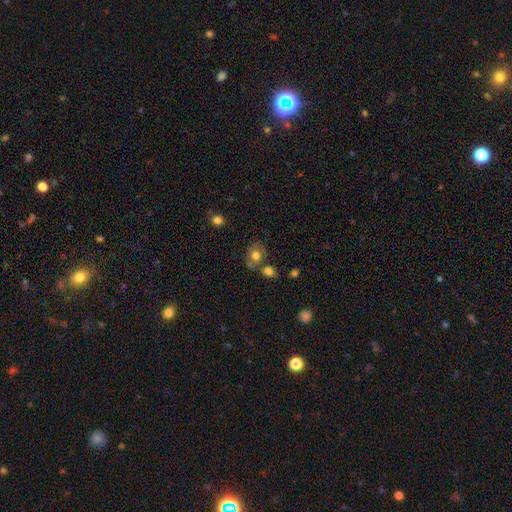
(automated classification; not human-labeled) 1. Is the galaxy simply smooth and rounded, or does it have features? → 68% smooth, 22% featured or disk, 10% star or artifact.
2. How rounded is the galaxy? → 53% round, 46% in between, 1% cigar-shaped.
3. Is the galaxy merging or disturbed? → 55% none, 20% merger, 18% minor disturbance, 7% major disturbance.